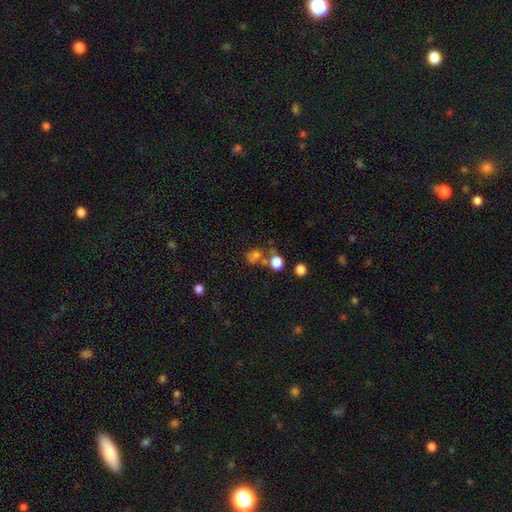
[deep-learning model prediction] smooth-or-featured: smooth: 66% | star or artifact: 21% | featured or disk: 13%
  how-rounded: round: 71% | in between: 28% | cigar-shaped: 1%
  merging: none: 46% | merger: 33% | minor disturbance: 12% | major disturbance: 9%